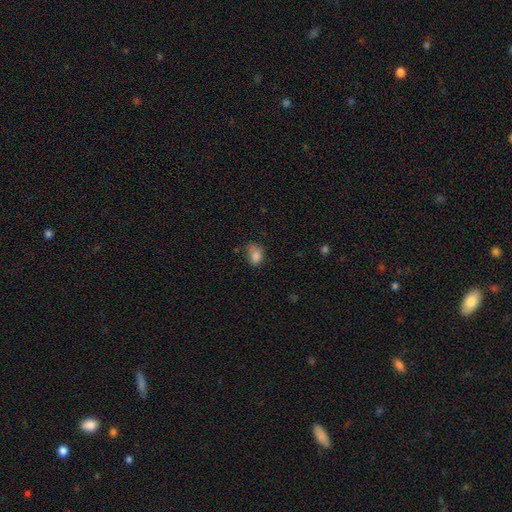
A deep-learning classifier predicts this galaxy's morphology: type=smooth (83%); roundness=in between (70%); merging=none (58%).